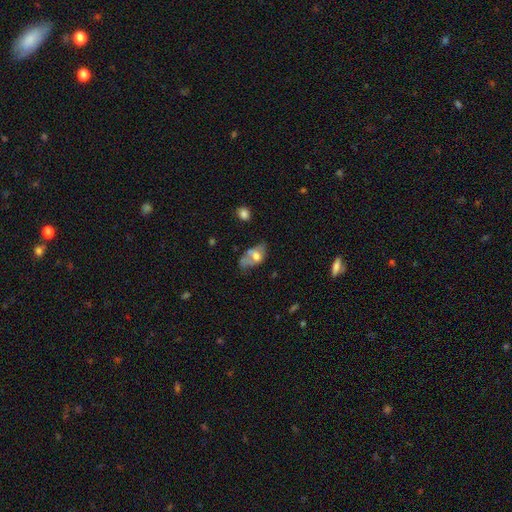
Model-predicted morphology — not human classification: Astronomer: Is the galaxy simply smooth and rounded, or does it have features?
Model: smooth — 53% (runner-up: featured or disk, 38%).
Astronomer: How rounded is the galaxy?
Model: in between — 86%.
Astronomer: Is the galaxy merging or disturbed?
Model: minor disturbance — 26% (runner-up: none, 25%).